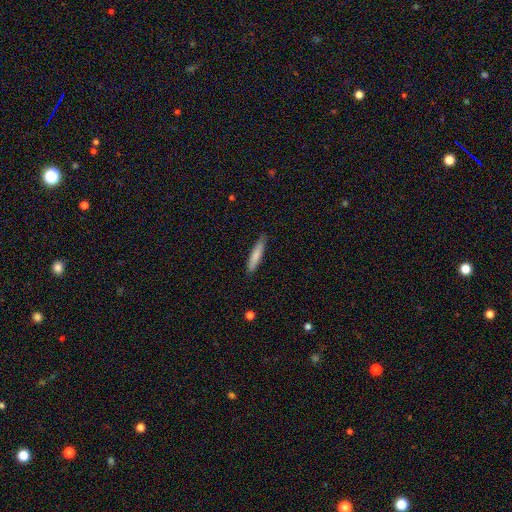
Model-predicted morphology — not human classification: Smooth or featured? Predicted: smooth (p=0.80). How rounded? Predicted: cigar-shaped (p=0.87). Merging? Predicted: none (p=0.83).